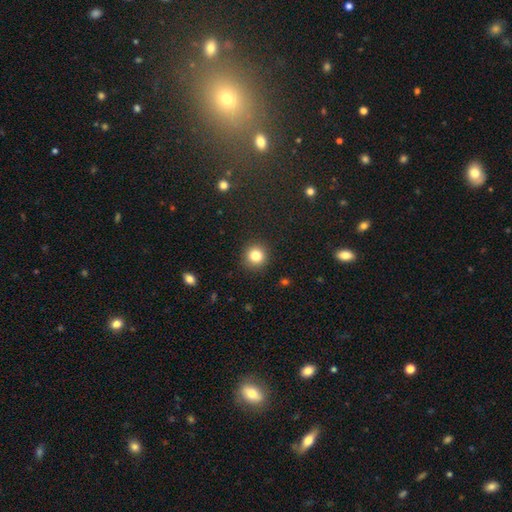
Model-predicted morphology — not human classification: This is clearly a smooth galaxy (83%). How rounded: clearly round (94%). Merging: clearly none (91%).